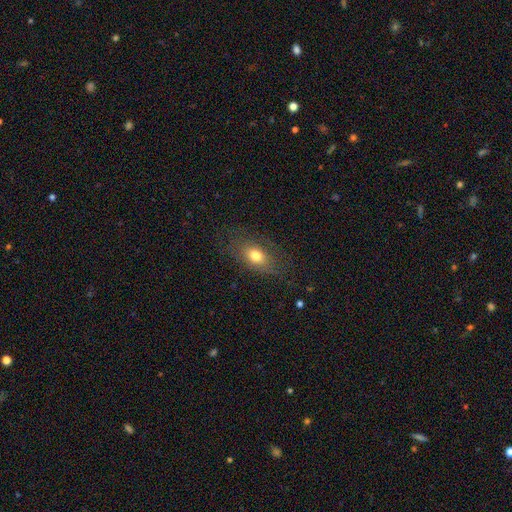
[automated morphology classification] A smooth galaxy with no disk features (72%) that is in between round and cigar-shaped (80%).

Vote fractions:
- Smooth or featured? smooth: 72% / featured or disk: 18% / star or artifact: 10%
- How rounded? in between: 80% / round: 16% / cigar-shaped: 3%
- Merging? none: 75% / minor disturbance: 16% / major disturbance: 8% / merger: 1%